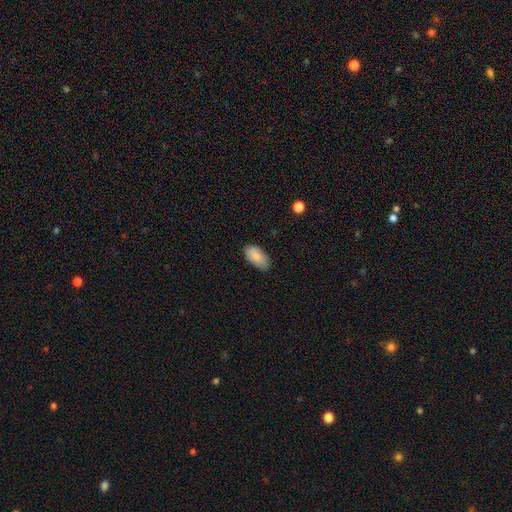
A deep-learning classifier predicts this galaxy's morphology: Overall: smooth (85%). How rounded: in between (94%). Merging: none (74%).